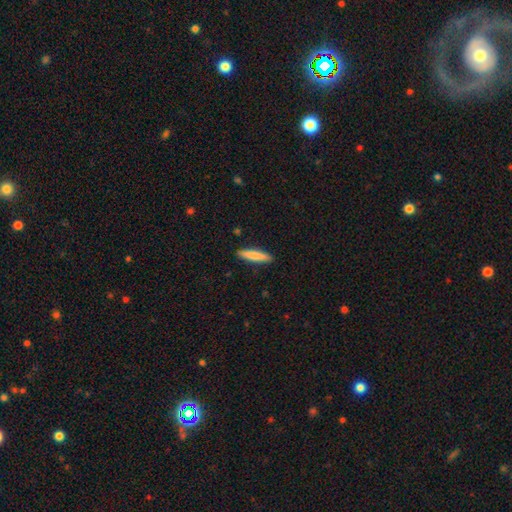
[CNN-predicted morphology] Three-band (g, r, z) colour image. It shows a smooth galaxy with no disk features (81%) that is cigar-shaped (84%). Merging: none (90%).